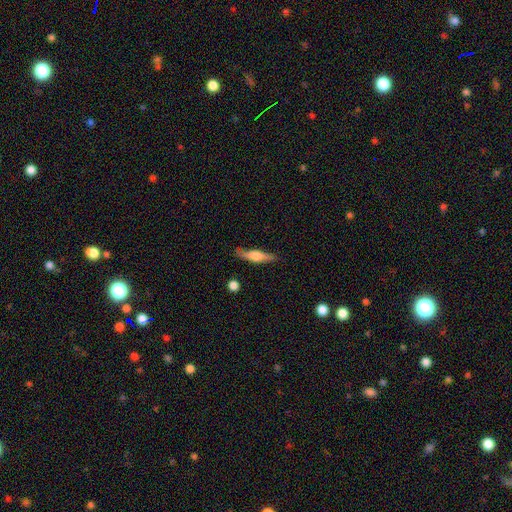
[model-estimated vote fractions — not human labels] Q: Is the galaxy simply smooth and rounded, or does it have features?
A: featured or disk — 48%.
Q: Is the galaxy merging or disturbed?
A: none — 80%.